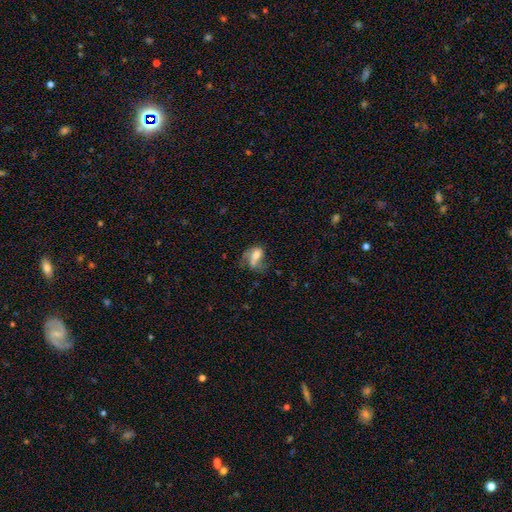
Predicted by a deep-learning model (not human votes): A smooth galaxy with no disk features (46%).

Vote fractions:
- Smooth or featured? smooth: 46% / featured or disk: 43% / star or artifact: 11%
- Merging? major disturbance: 40% / none: 30% / minor disturbance: 22% / merger: 8%